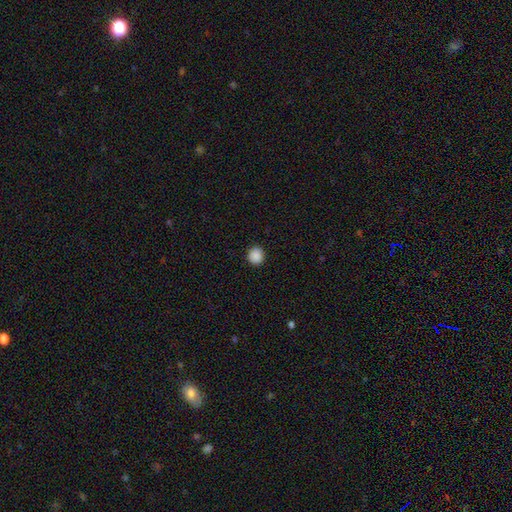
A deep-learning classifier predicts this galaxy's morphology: smooth-or-featured: smooth: 89% | star or artifact: 9% | featured or disk: 2%
  how-rounded: round: 87% | in between: 12% | cigar-shaped: 1%
  merging: none: 92% | minor disturbance: 5% | major disturbance: 2% | merger: 1%